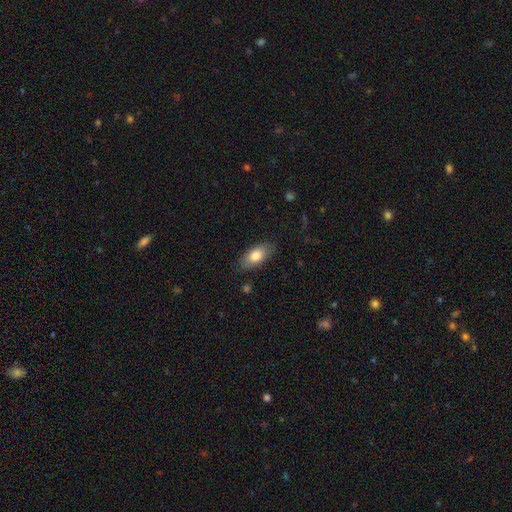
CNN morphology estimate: Smooth or featured: smooth — 79% (featured or disk — 14%)
How rounded: in between — 88% (cigar-shaped — 9%)
Merging: none — 83% (minor disturbance — 13%)